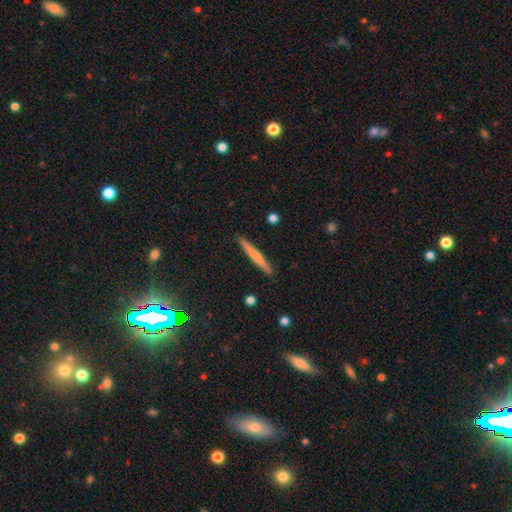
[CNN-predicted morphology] The model was most divided on "smooth or featured": smooth: 59%, featured or disk: 35%, star or artifact: 6%. More confident: how rounded — cigar-shaped (96%); merging — none (91%).